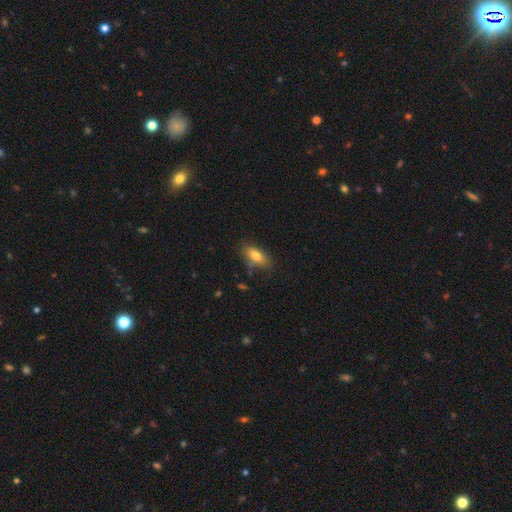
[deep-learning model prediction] A smooth galaxy with no disk features (79%) that is in between round and cigar-shaped (84%).

Vote fractions:
- Smooth or featured? smooth: 79% / featured or disk: 13% / star or artifact: 8%
- How rounded? in between: 84% / cigar-shaped: 12% / round: 4%
- Merging? none: 76% / minor disturbance: 17% / major disturbance: 4% / merger: 3%